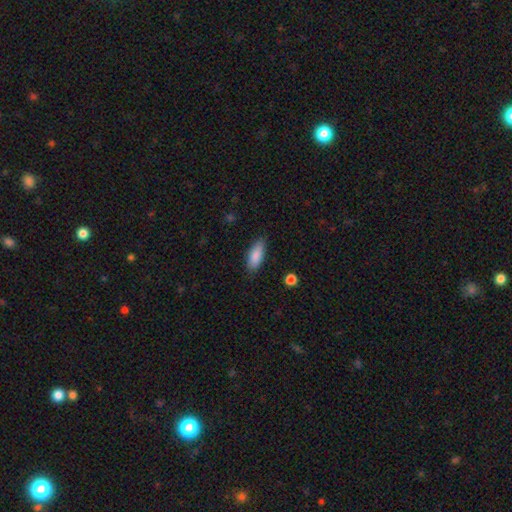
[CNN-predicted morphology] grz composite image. It shows a smooth galaxy with no disk features (87%) that is in between round and cigar-shaped (77%). Merging: none (84%).